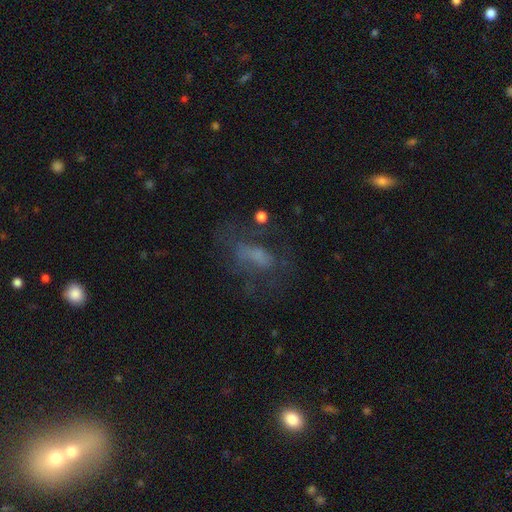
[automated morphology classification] featured or disk 41%, smooth 40%, star or artifact 20%. Down the decision tree: merging — none (47%).